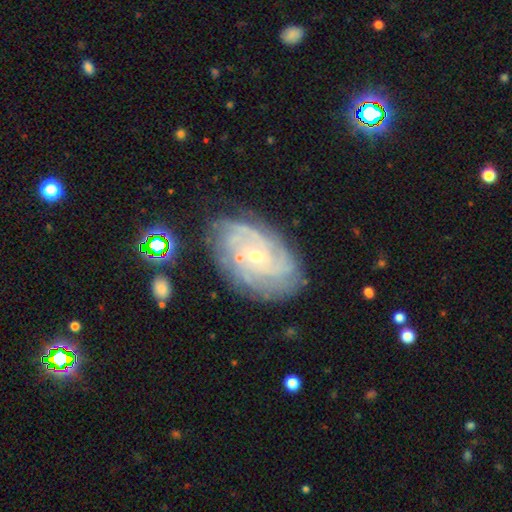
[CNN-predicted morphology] The model was most divided on "spiral arm count": can't tell: 34%, 4: 22%, more than 4: 15%, 3: 13%, 2: 10%, 1: 6%. More confident: edge-on disk — no (96%); spiral arms — yes (95%); smooth or featured — featured or disk (83%); bulge size — small (77%); merging — none (75%); bar — no (72%); spiral winding — tight (70%).